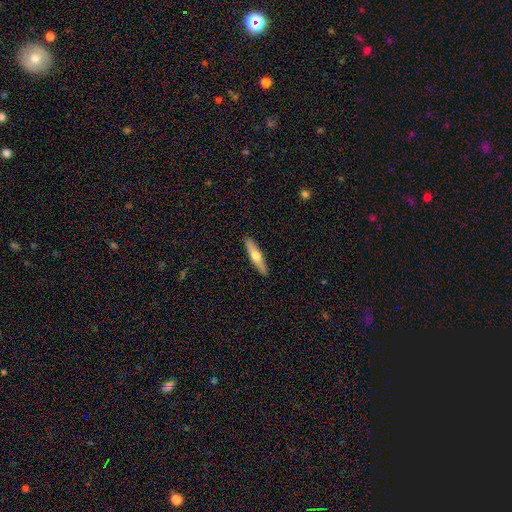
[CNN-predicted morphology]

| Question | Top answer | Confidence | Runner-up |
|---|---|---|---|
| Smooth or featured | smooth | 47% | tied: featured or disk (47%) |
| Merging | none | 91% | minor disturbance (7%) |